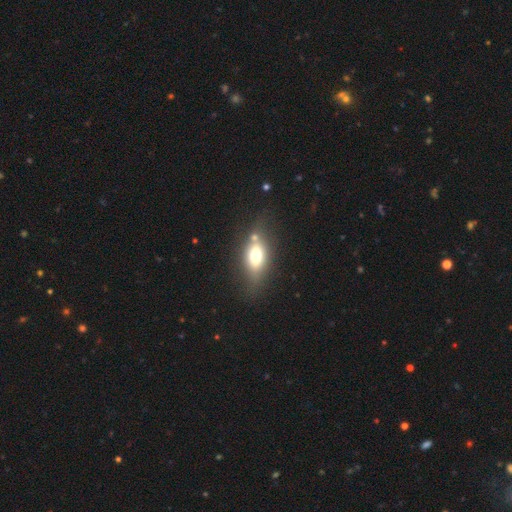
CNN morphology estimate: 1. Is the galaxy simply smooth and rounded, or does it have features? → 61% smooth, 29% featured or disk, 10% star or artifact.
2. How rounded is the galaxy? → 80% in between, 10% cigar-shaped, 9% round.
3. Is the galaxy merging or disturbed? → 60% none, 19% minor disturbance, 12% merger, 9% major disturbance.